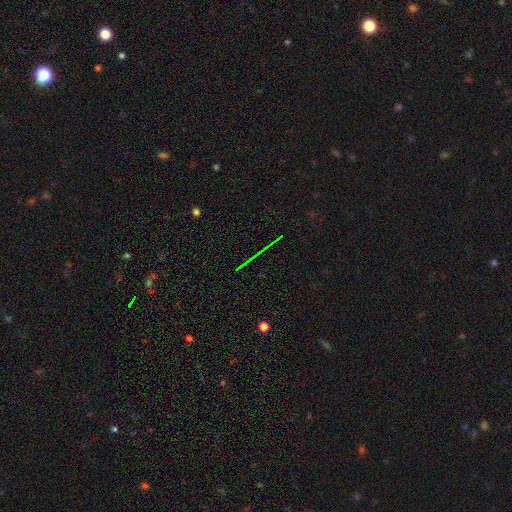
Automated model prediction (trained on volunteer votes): smooth-or-featured: star or artifact: 72% | featured or disk: 15% | smooth: 13%